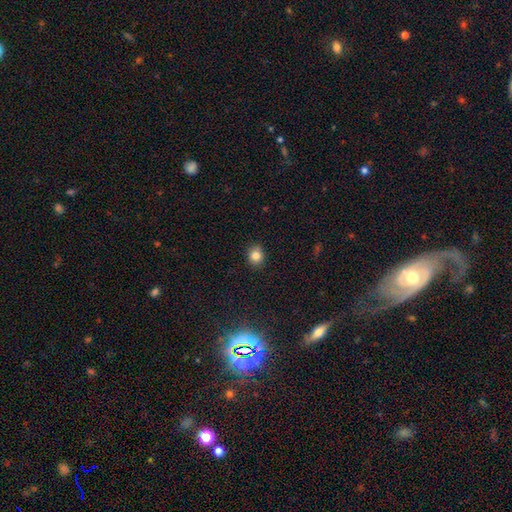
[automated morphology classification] A smooth galaxy with no disk features (82%) that is round (72%). Merging: none (88%).